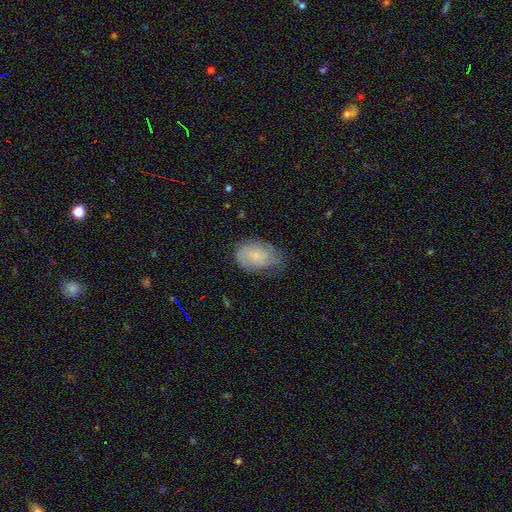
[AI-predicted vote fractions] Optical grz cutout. It shows a smooth galaxy with no disk features (51%) that is in between round and cigar-shaped (82%). Merging: none (57%).